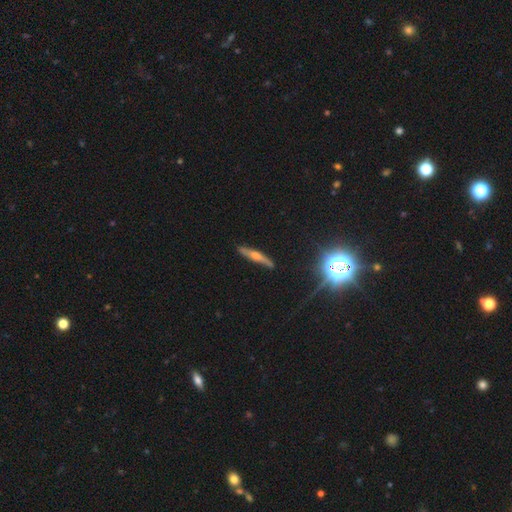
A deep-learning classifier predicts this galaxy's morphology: A featured or disk galaxy (62%) viewed edge-on (93%) with a rounded central bulge (88%).

Vote fractions:
- Smooth or featured? featured or disk: 62% / smooth: 24% / star or artifact: 14%
- Edge-on disk? yes: 93% / no: 7%
- Edge-on bulge? rounded: 88% / none: 7% / boxy: 5%
- Merging? none: 85% / minor disturbance: 11% / major disturbance: 2% / merger: 2%